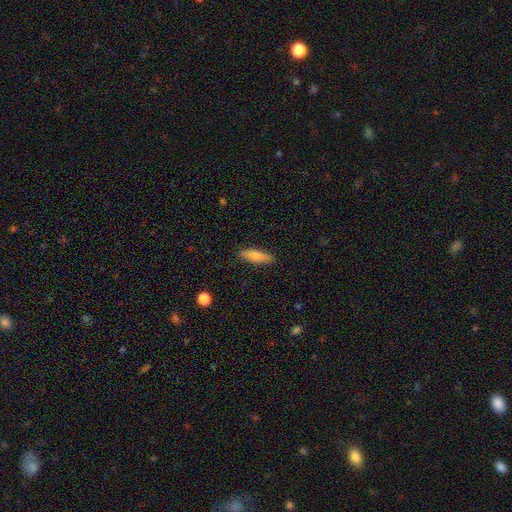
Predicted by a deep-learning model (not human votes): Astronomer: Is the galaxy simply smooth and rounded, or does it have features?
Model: smooth — 77%.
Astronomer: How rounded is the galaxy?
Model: cigar-shaped — 55% (runner-up: in between, 43%).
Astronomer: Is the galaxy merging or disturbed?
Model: none — 88%.